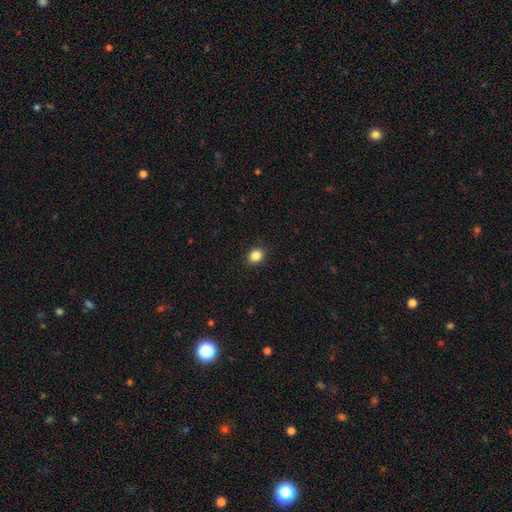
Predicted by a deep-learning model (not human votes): A smooth galaxy with no disk features (86%) that is round (62%).

Vote fractions:
- Smooth or featured? smooth: 86% / star or artifact: 10% / featured or disk: 4%
- How rounded? round: 62% / in between: 37% / cigar-shaped: 1%
- Merging? none: 90% / minor disturbance: 7% / major disturbance: 2% / merger: 1%